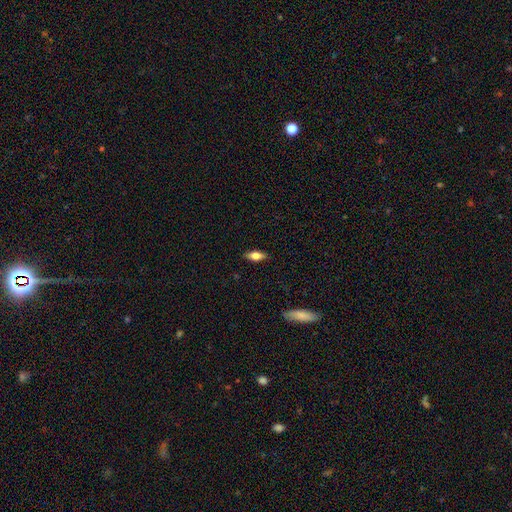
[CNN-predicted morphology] smooth_or_featured: smooth (p=0.64) [alt: featured or disk p=0.28]
how_rounded: in between (p=0.77) [alt: cigar-shaped p=0.20]
merging: none (p=0.88) [alt: minor disturbance p=0.09]